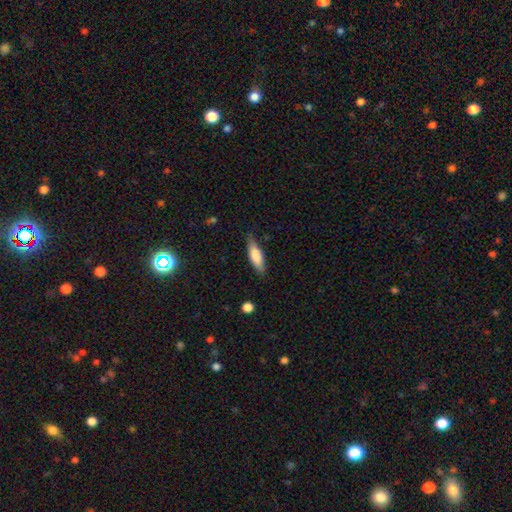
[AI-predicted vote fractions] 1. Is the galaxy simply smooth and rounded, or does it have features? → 72% smooth, 22% featured or disk, 6% star or artifact.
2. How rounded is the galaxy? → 54% cigar-shaped, 44% in between, 2% round.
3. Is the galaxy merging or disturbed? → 82% none, 14% minor disturbance, 3% major disturbance, 1% merger.